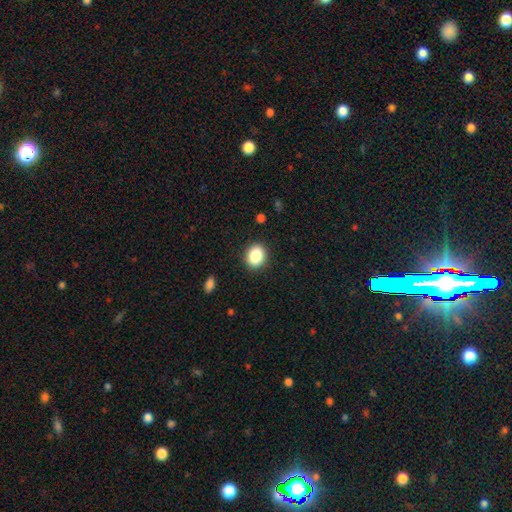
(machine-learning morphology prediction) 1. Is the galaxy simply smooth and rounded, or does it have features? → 86% smooth, 9% star or artifact, 5% featured or disk.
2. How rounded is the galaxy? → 56% round, 43% in between, 1% cigar-shaped.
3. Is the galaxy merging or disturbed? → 89% none, 7% minor disturbance, 2% major disturbance, 1% merger.